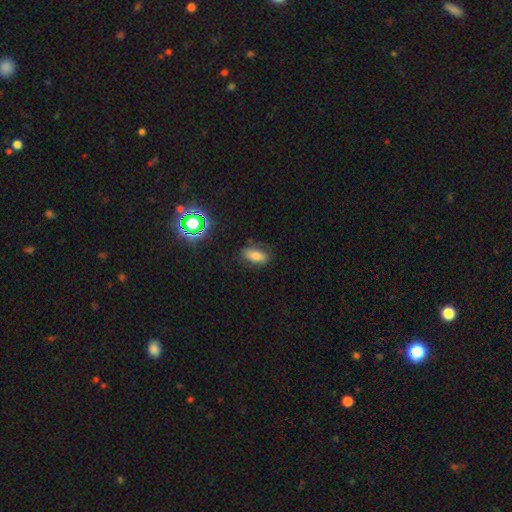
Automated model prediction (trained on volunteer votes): A smooth galaxy with no disk features (72%) that is in between round and cigar-shaped (84%).

Vote fractions:
- Smooth or featured? smooth: 72% / star or artifact: 14% / featured or disk: 14%
- How rounded? in between: 84% / cigar-shaped: 10% / round: 6%
- Merging? none: 75% / minor disturbance: 17% / major disturbance: 6% / merger: 2%